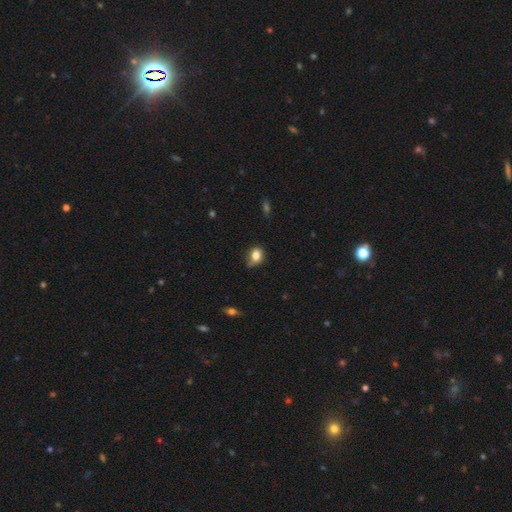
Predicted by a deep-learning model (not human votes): The model was most divided on "how rounded": in between: 58%, round: 41%, cigar-shaped: 1%. More confident: smooth or featured — smooth (80%); merging — none (53%).